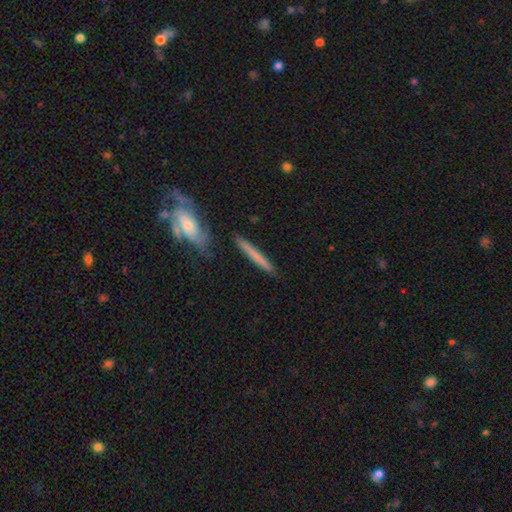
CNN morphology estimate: smooth-or-featured: smooth: 61% | featured or disk: 33% | star or artifact: 5%
  how-rounded: cigar-shaped: 94% | in between: 4% | round: 2%
  merging: none: 82% | minor disturbance: 11% | merger: 4% | major disturbance: 3%